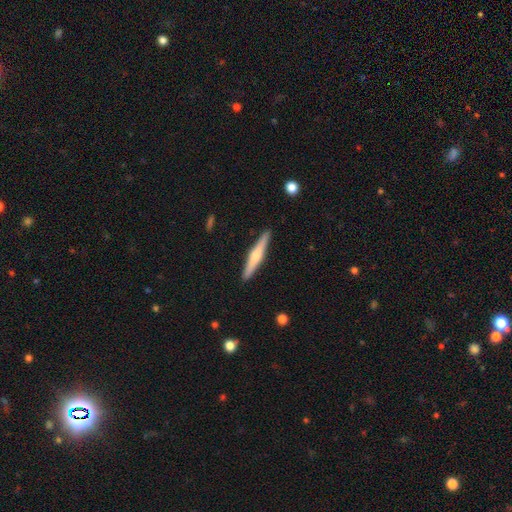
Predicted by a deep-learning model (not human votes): This appears to be a featured or disk galaxy (57%) viewed edge-on (97%) with a rounded central bulge (86%). Merging: none (91%).